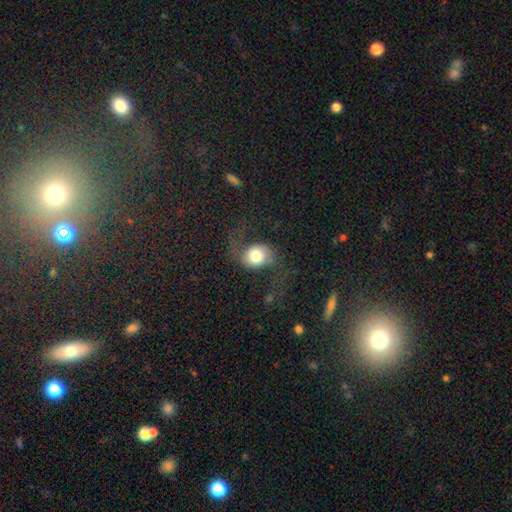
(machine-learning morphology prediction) The model was most divided on "smooth or featured": smooth: 51%, featured or disk: 40%, star or artifact: 10%. More confident: how rounded — round (65%); merging — none (55%).